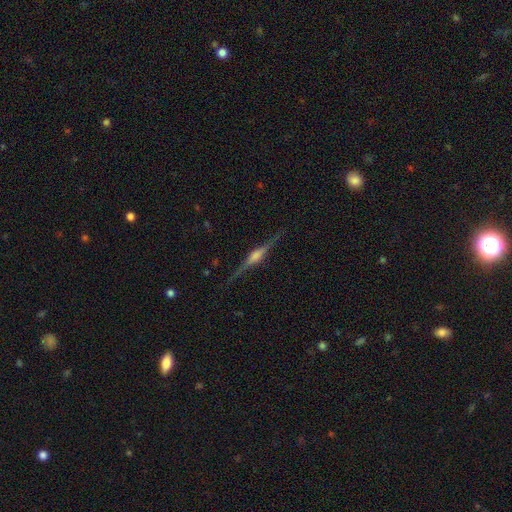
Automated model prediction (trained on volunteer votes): This is clearly a featured or disk galaxy (86%). It is clearly viewed edge-on (98%). Edge-on bulge: clearly rounded (82%). Merging: clearly none (89%).